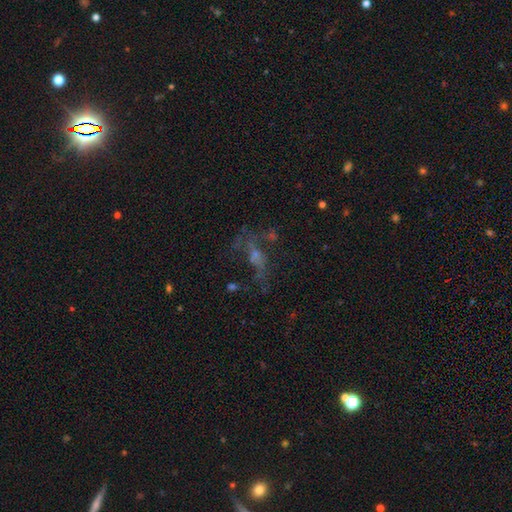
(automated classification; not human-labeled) featured or disk 51%, star or artifact 26%, smooth 23%. Down the decision tree: edge-on disk — no (93%); merging — none (38%).